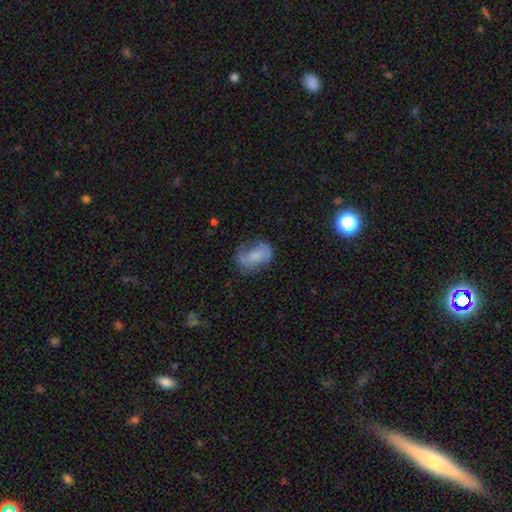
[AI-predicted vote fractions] Q: Smooth or featured?
A: smooth (58%); runner-up: featured or disk (32%)
Q: How rounded?
A: in between (83%); runner-up: round (14%)
Q: Merging?
A: none (44%); runner-up: minor disturbance (30%)